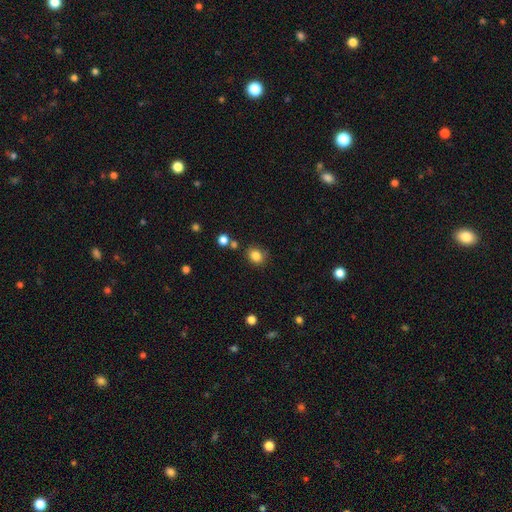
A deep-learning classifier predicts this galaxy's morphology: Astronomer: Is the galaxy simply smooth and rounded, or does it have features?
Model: smooth — 83%.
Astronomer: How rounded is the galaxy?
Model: round — 64%.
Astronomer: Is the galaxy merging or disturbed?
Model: none — 78%.